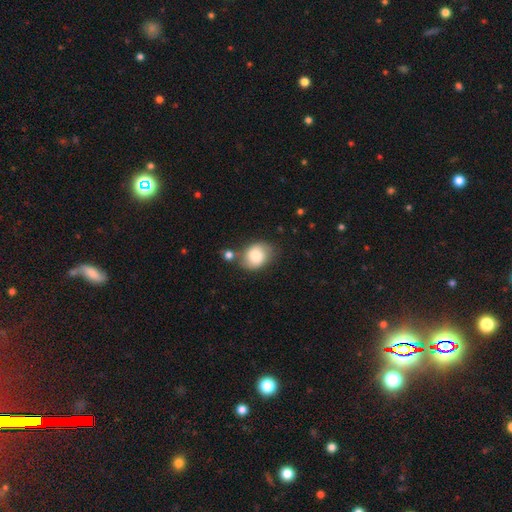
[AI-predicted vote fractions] Smooth or featured? Predicted: smooth (p=0.72). How rounded? Predicted: in between (p=0.56). Merging? Predicted: none (p=0.61).